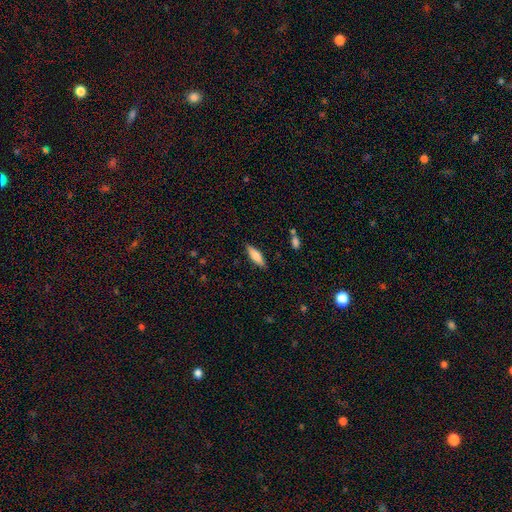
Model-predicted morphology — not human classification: A smooth galaxy with no disk features (73%) that is cigar-shaped (57%).

Vote fractions:
- Smooth or featured? smooth: 73% / featured or disk: 21% / star or artifact: 6%
- How rounded? cigar-shaped: 57% / in between: 42% / round: 2%
- Merging? none: 85% / minor disturbance: 11% / major disturbance: 2% / merger: 2%